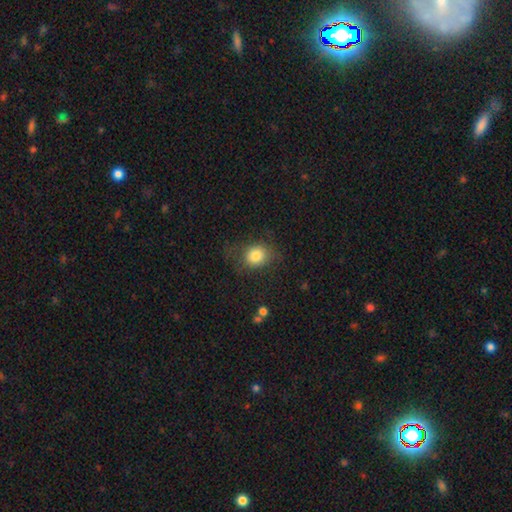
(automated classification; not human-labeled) A smooth galaxy with no disk features (81%) that is round (68%). Merging: none (68%).